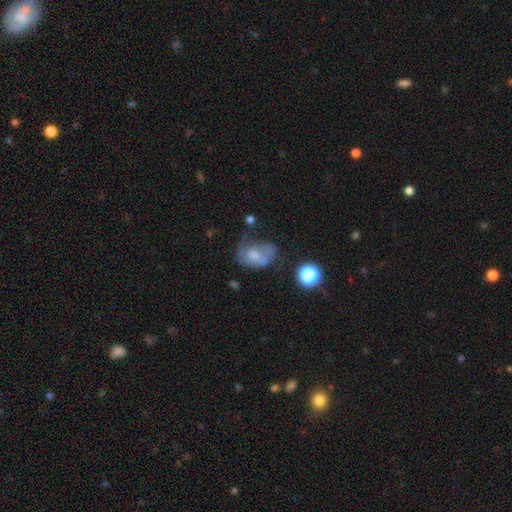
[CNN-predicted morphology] Q: Smooth or featured?
A: smooth (46%); runner-up: featured or disk (39%)
Q: Merging?
A: major disturbance (36%); runner-up: none (24%)